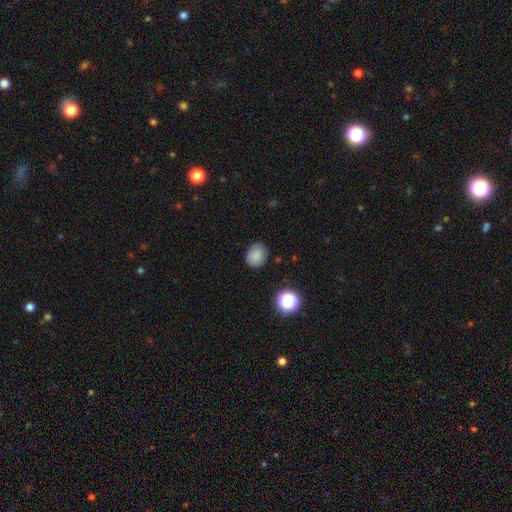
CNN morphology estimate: This appears to be a smooth galaxy with no disk features (83%) that is round (59%). Merging: none (80%).